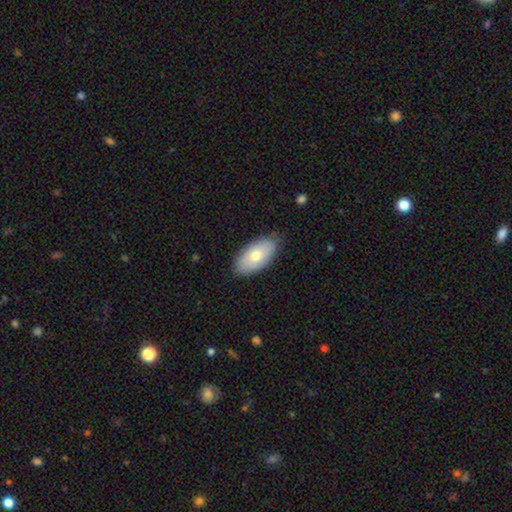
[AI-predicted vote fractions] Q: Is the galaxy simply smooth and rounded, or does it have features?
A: smooth — 65%.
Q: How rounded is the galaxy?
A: in between — 94%.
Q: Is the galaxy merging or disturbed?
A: none — 82%.